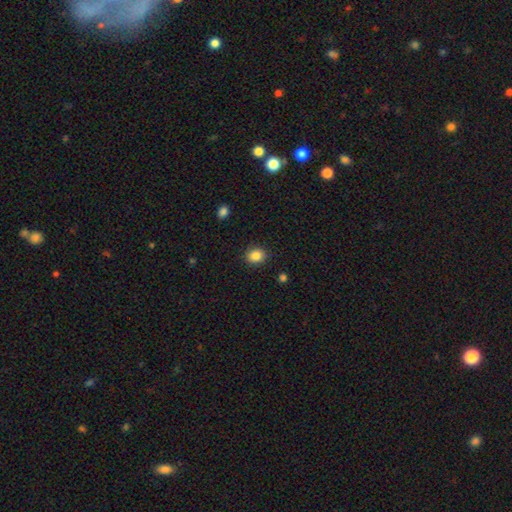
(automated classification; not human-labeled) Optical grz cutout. It shows a smooth galaxy with no disk features (86%) that is round (68%). Merging: none (87%).